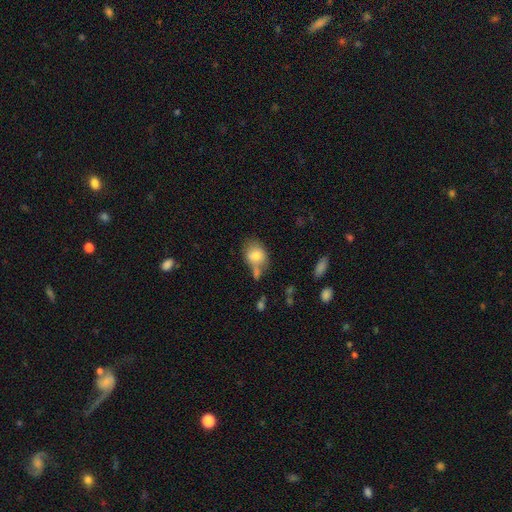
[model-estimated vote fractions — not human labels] Q: Smooth or featured?
A: smooth (76%); runner-up: featured or disk (15%)
Q: How rounded?
A: in between (57%); runner-up: round (42%)
Q: Merging?
A: none (48%); runner-up: merger (23%)